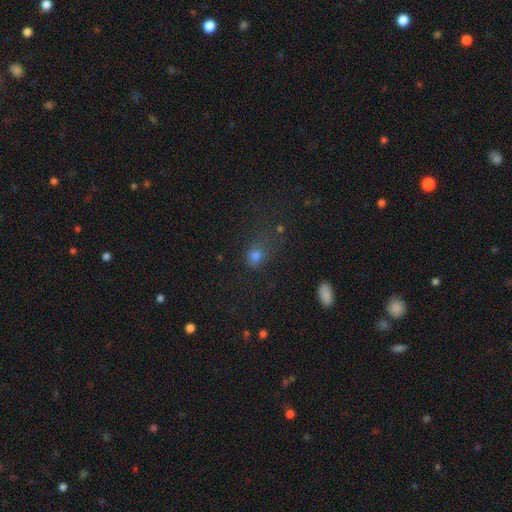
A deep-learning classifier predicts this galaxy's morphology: Smooth or featured: smooth — 70% (star or artifact — 20%)
How rounded: round — 60% (in between — 38%)
Merging: none — 51% (minor disturbance — 22%)